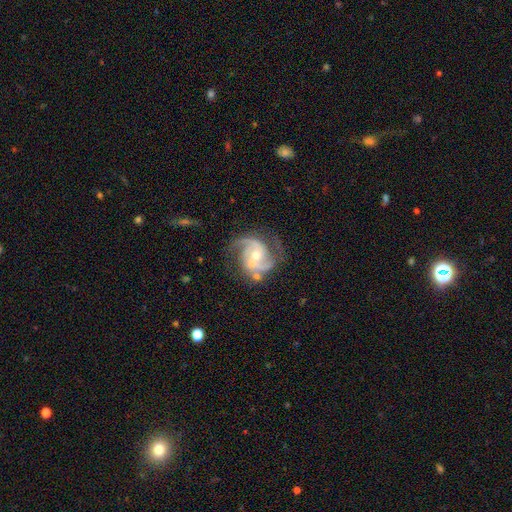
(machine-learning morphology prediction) This appears to be a featured or disk galaxy (90%) with no bar (55%), 2 (81%) medium (58%) spiral arms (98%) and a moderate central bulge (59%). Merging: none (63%).